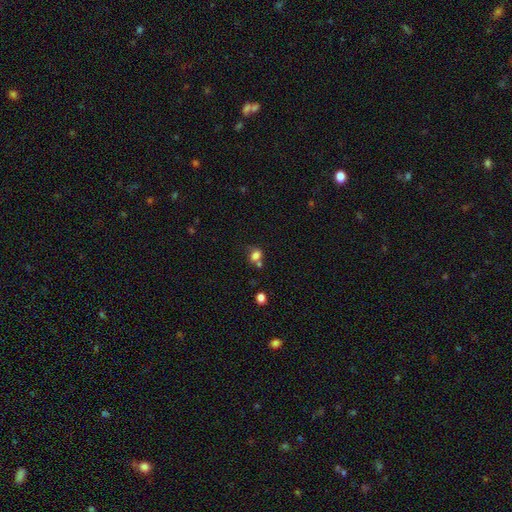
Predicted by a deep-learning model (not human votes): Q: Smooth or featured?
A: smooth (78%); runner-up: star or artifact (13%)
Q: How rounded?
A: round (52%); runner-up: in between (47%)
Q: Merging?
A: none (44%); runner-up: merger (31%)